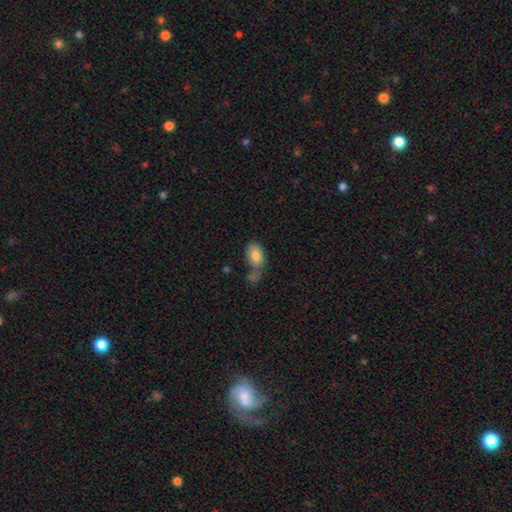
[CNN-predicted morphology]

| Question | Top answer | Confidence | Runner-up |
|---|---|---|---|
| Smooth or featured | smooth | 81% | featured or disk (11%) |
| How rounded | in between | 88% | round (10%) |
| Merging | none | 41% | merger (31%) |